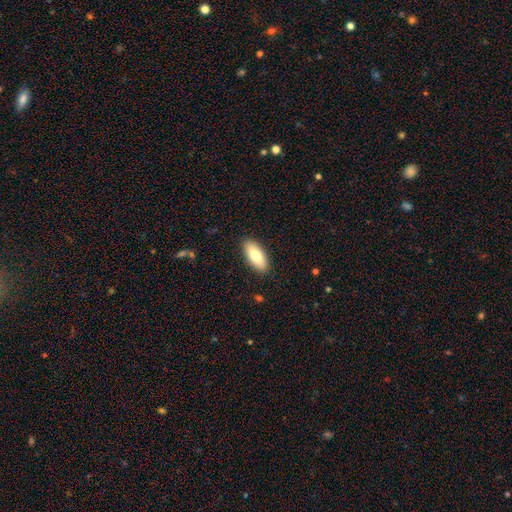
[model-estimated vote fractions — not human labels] Smooth or featured?
  - smooth: 78% *
  - featured or disk: 16%
  - star or artifact: 6%
How rounded?
  - in between: 83% *
  - cigar-shaped: 15%
  - round: 2%
Merging?
  - none: 89% *
  - minor disturbance: 8%
  - major disturbance: 2%
  - merger: 1%